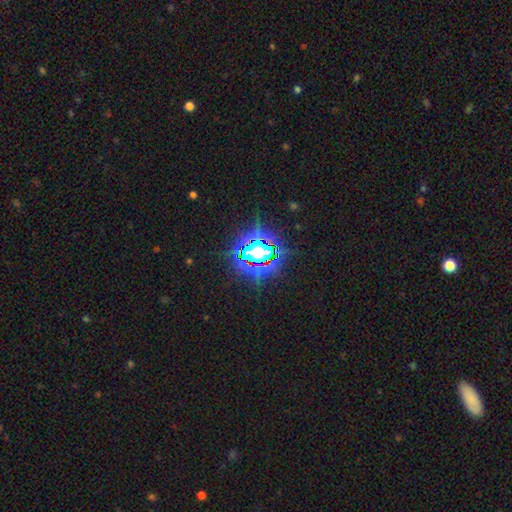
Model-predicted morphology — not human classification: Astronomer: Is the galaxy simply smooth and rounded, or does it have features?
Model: star or artifact — 81%.